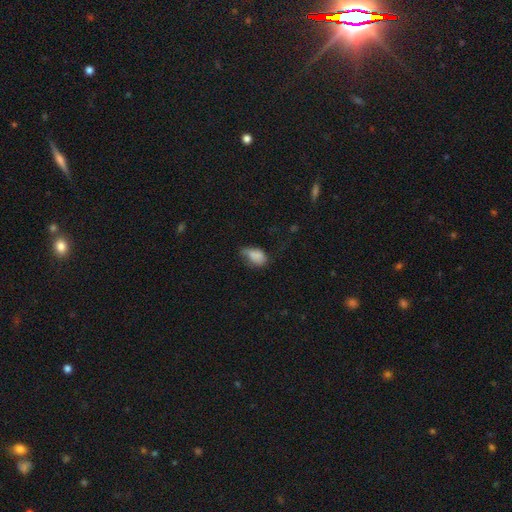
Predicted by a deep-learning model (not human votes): This is likely a smooth galaxy (77%). How rounded: clearly in between (87%). Merging: marginally minor disturbance (40%).